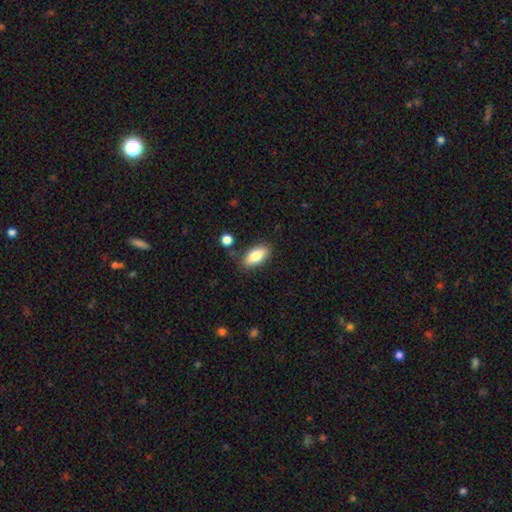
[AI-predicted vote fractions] This is likely a smooth galaxy (80%). How rounded: clearly in between (86%). Merging: clearly none (82%).